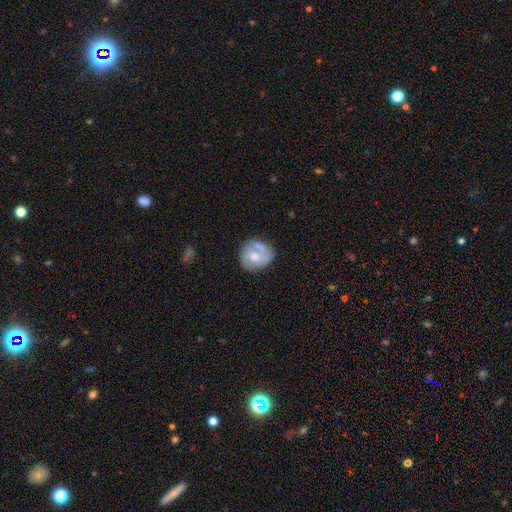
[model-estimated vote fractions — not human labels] Smooth or featured?
  - smooth: 52% *
  - featured or disk: 42%
  - star or artifact: 7%
How rounded?
  - round: 70% *
  - in between: 29%
  - cigar-shaped: 1%
Merging?
  - none: 49% *
  - minor disturbance: 24%
  - merger: 17%
  - major disturbance: 11%